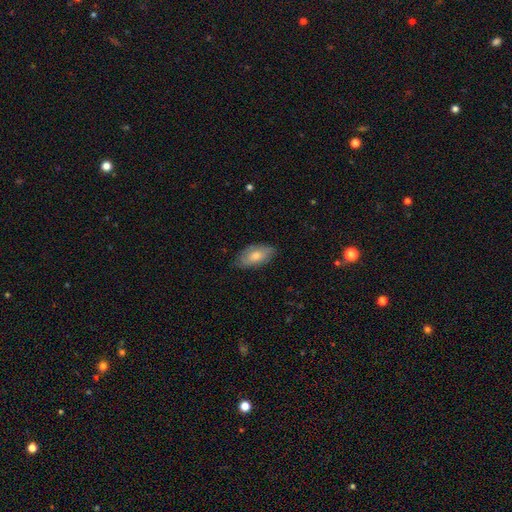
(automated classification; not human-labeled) Q: Smooth or featured?
A: smooth (62%); runner-up: featured or disk (30%)
Q: How rounded?
A: in between (91%); runner-up: cigar-shaped (6%)
Q: Merging?
A: none (77%); runner-up: minor disturbance (19%)